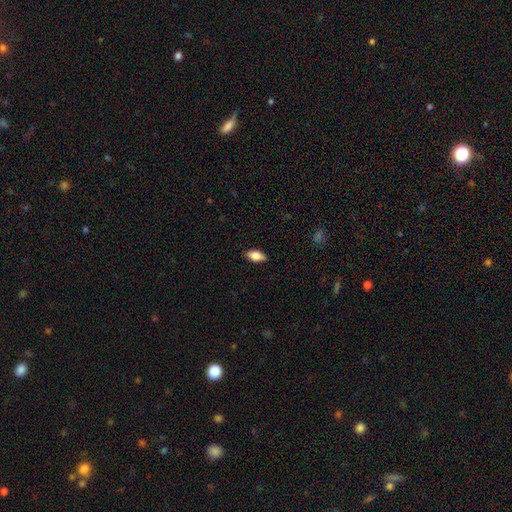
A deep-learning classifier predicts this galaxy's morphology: The model was most divided on "smooth or featured": smooth: 80%, featured or disk: 13%, star or artifact: 7%. More confident: merging — none (88%); how rounded — in between (87%).